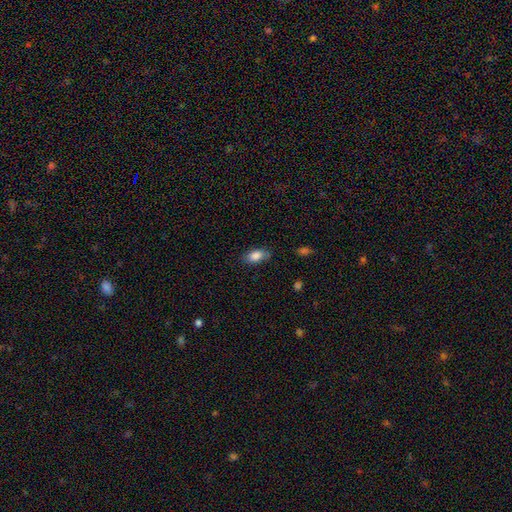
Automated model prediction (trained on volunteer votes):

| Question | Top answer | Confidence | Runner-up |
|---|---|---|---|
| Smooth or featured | smooth | 85% | featured or disk (7%) |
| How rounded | in between | 90% | cigar-shaped (5%) |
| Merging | none | 79% | minor disturbance (16%) |